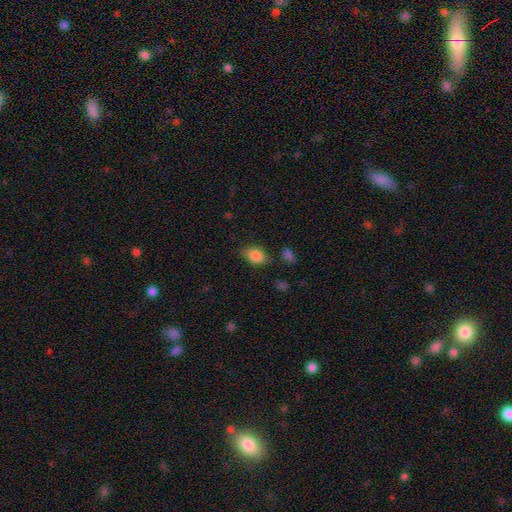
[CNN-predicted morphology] This appears to be a smooth galaxy with no disk features (84%) that is in between round and cigar-shaped (80%). Merging: none (77%).